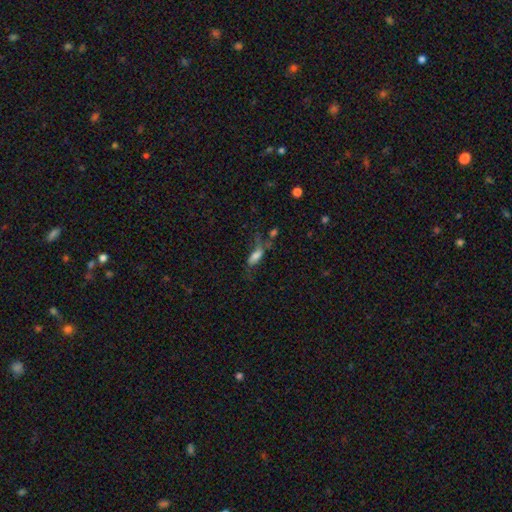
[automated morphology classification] smooth_or_featured: smooth (p=0.61) [alt: featured or disk p=0.28]
how_rounded: in between (p=0.69) [alt: cigar-shaped p=0.28]
merging: none (p=0.33) [alt: major disturbance p=0.32]